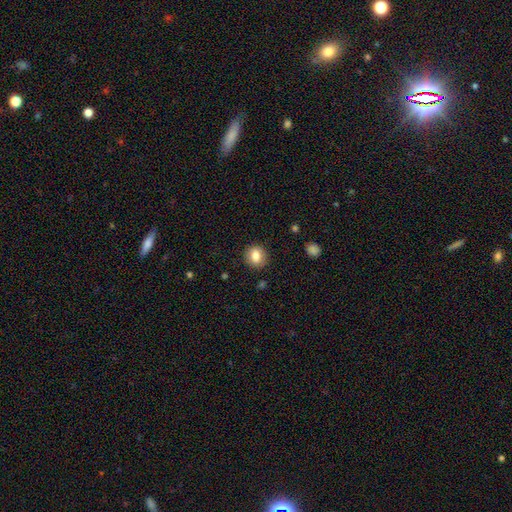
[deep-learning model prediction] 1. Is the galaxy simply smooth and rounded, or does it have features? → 81% smooth, 10% featured or disk, 9% star or artifact.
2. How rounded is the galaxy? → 72% round, 27% in between, 1% cigar-shaped.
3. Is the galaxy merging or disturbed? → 88% none, 8% minor disturbance, 2% major disturbance, 1% merger.